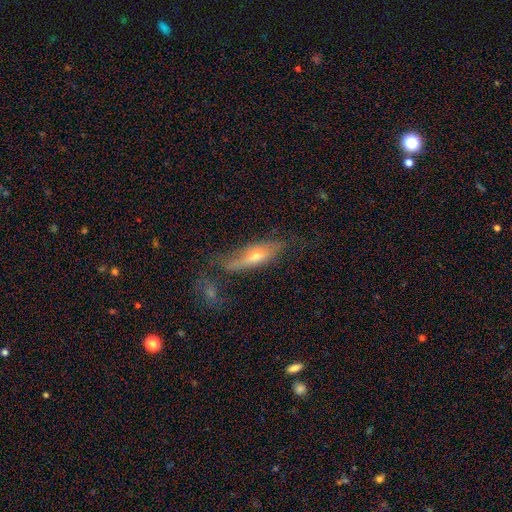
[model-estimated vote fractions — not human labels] Smooth or featured: featured or disk — 47% (smooth — 45%)
Merging: none — 51% (minor disturbance — 26%)